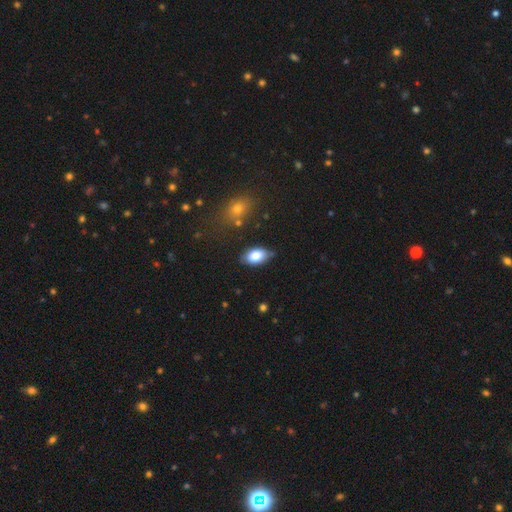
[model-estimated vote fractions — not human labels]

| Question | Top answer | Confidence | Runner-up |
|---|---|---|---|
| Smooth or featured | smooth | 81% | featured or disk (12%) |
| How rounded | in between | 92% | round (6%) |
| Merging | none | 78% | minor disturbance (16%) |